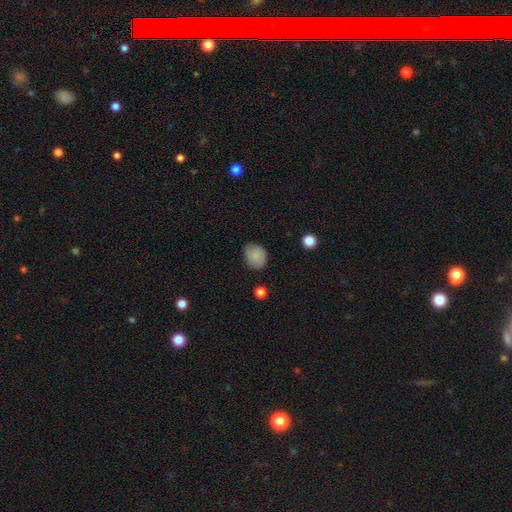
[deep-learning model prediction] smooth-or-featured: smooth: 83% | featured or disk: 9% | star or artifact: 8%
  how-rounded: round: 55% | in between: 44% | cigar-shaped: 1%
  merging: none: 76% | minor disturbance: 20% | major disturbance: 4% | merger: 1%